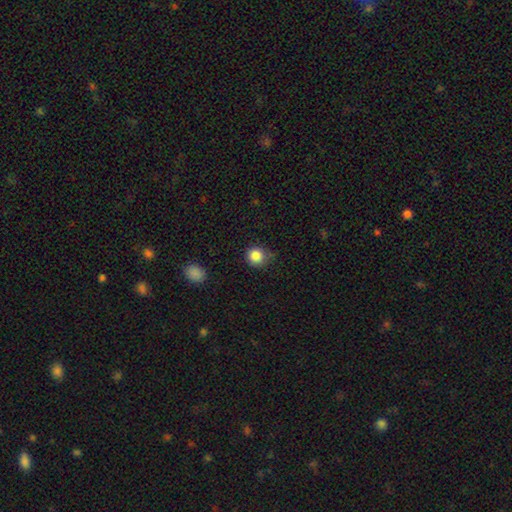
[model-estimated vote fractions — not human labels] A smooth galaxy with no disk features (85%) that is round (92%).

Vote fractions:
- Smooth or featured? smooth: 85% / star or artifact: 11% / featured or disk: 4%
- How rounded? round: 92% / in between: 7% / cigar-shaped: 1%
- Merging? none: 78% / minor disturbance: 16% / major disturbance: 4% / merger: 2%